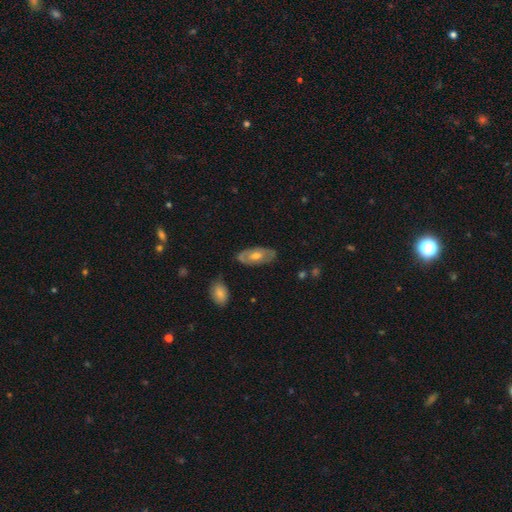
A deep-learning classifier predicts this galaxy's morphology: The model was most divided on "smooth or featured": featured or disk: 54%, smooth: 40%, star or artifact: 6%. More confident: edge-on disk — no (84%); merging — none (78%).